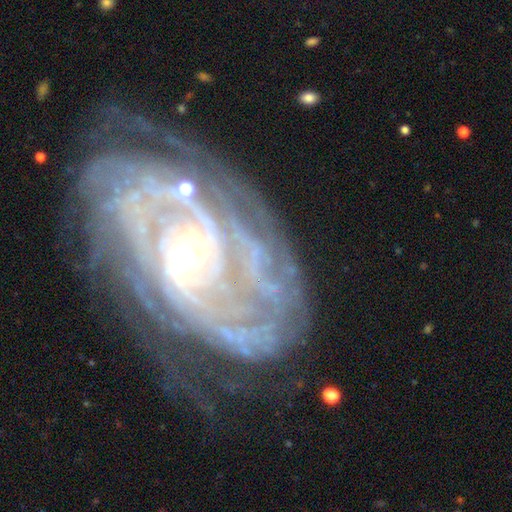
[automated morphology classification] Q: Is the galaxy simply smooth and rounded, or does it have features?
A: featured or disk — 90%.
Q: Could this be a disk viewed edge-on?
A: no — 95%.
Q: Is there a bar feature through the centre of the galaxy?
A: no — 46%.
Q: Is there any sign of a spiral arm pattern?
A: yes — 96%.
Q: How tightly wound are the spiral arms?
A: tight — 70%.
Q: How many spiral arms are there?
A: can't tell — 33%.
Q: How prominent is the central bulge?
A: moderate — 62%.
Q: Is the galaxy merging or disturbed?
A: none — 64%.